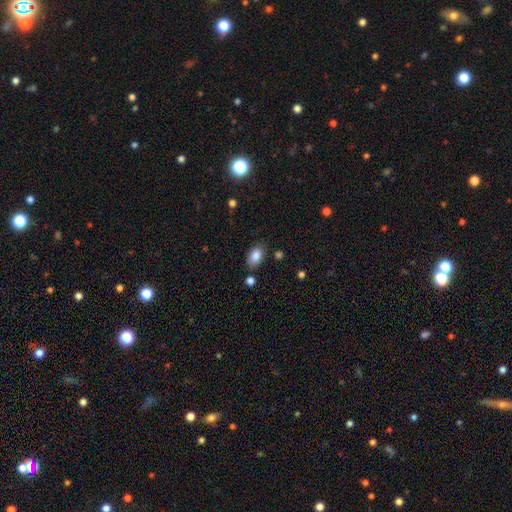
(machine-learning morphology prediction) Overall: smooth (85%). How rounded: in between (88%). Merging: none (79%).